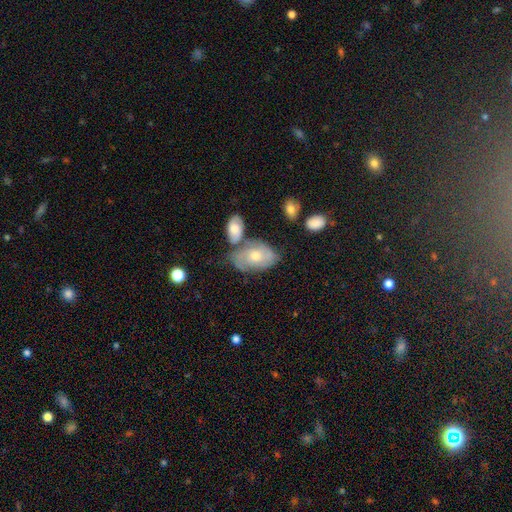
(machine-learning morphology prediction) This appears to be a featured or disk galaxy (56%) with no bar (79%), spiral arms (70%) and a moderate central bulge (63%). Merging: none (45%).